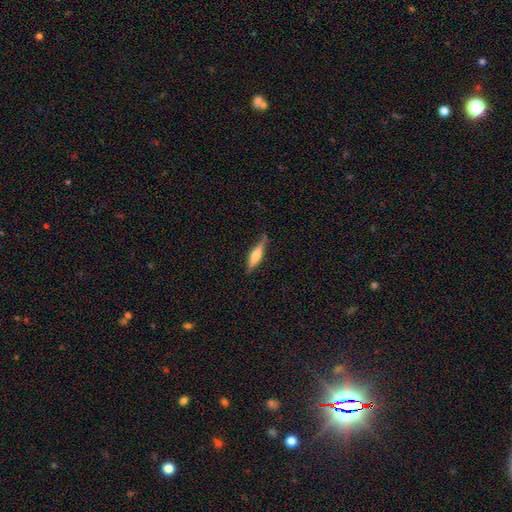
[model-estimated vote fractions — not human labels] Smooth or featured: smooth — 53% (featured or disk — 41%)
How rounded: cigar-shaped — 75% (in between — 23%)
Merging: none — 77% (minor disturbance — 18%)